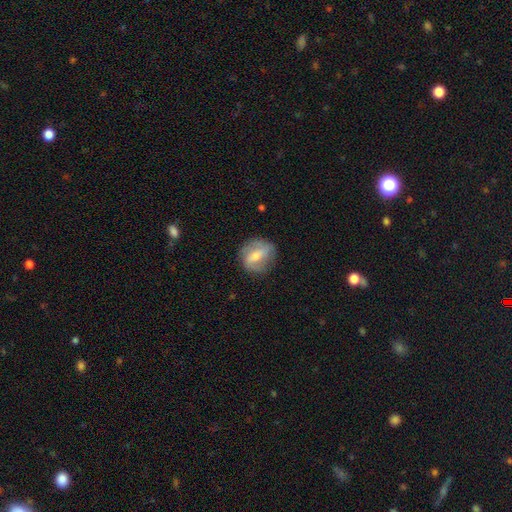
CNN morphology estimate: smooth-or-featured: featured or disk: 57% | smooth: 35% | star or artifact: 8%
  disk-edge-on: no: 93% | yes: 7%
    bar: strong: 43% | weak: 39% | no: 17%
    has-spiral-arms: yes: 63% | no: 37%
    bulge-size: moderate: 47% | small: 45% | none: 3% | large: 3% | dominant: 1%
  merging: none: 77% | minor disturbance: 16% | major disturbance: 6% | merger: 1%